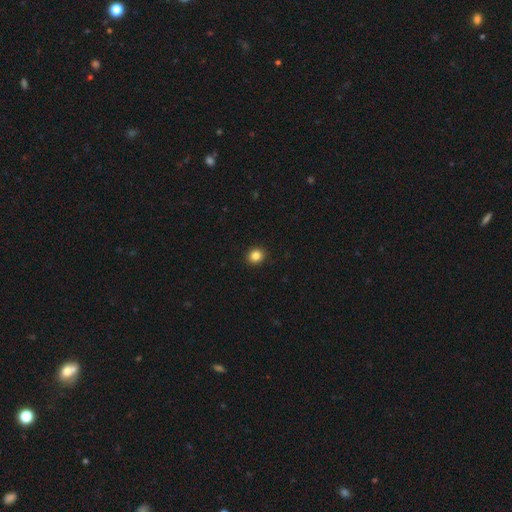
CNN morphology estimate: A smooth galaxy with no disk features (85%) that is round (80%). Merging: none (93%).